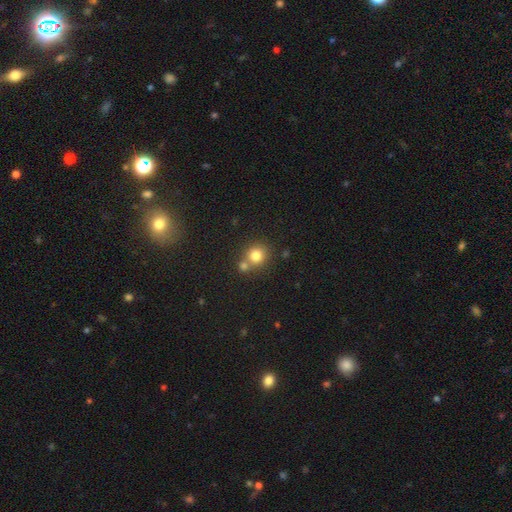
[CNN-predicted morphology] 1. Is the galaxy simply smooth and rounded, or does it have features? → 79% smooth, 13% star or artifact, 8% featured or disk.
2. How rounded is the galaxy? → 88% round, 11% in between, 1% cigar-shaped.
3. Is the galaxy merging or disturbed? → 59% none, 31% merger, 8% minor disturbance, 3% major disturbance.